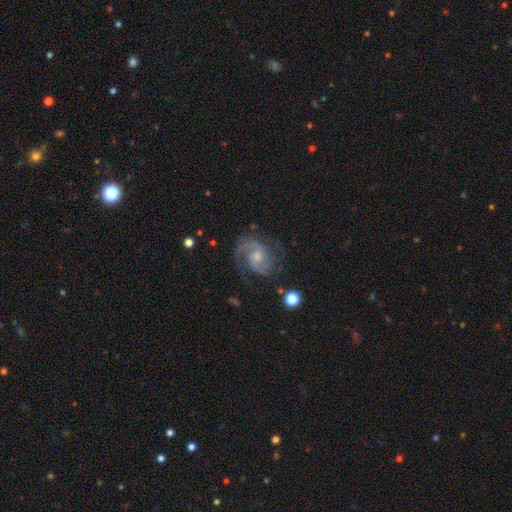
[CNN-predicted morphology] Q: Smooth or featured?
A: featured or disk (85%); runner-up: star or artifact (8%)
Q: Edge-on disk?
A: no (98%); runner-up: yes (2%)
Q: Bar?
A: no (58%); runner-up: weak (36%)
Q: Spiral arms?
A: yes (97%); runner-up: no (3%)
Q: Spiral winding?
A: medium (53%); runner-up: tight (31%)
Q: Spiral arm count?
A: 2 (81%); runner-up: can't tell (7%)
Q: Bulge size?
A: small (49%); runner-up: moderate (44%)
Q: Merging?
A: none (75%); runner-up: minor disturbance (15%)